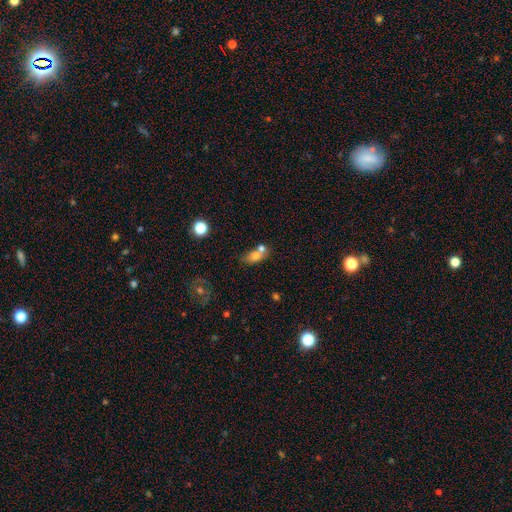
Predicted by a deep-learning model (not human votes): smooth_or_featured: smooth (p=0.72) [alt: featured or disk p=0.17]
how_rounded: in between (p=0.71) [alt: round p=0.24]
merging: merger (p=0.50) [alt: none p=0.35]